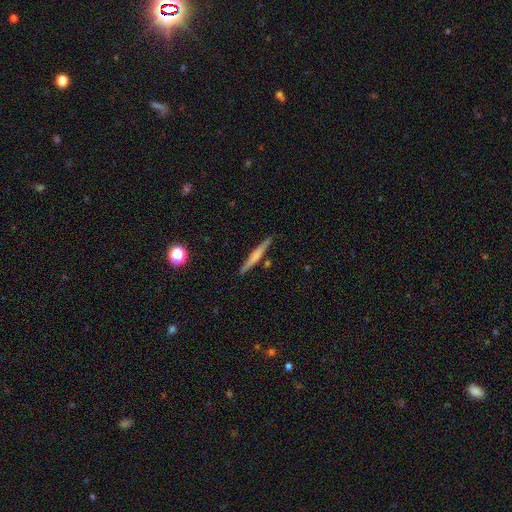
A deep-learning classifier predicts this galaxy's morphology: This appears to be a smooth galaxy with no disk features (49%). Merging: none (88%).